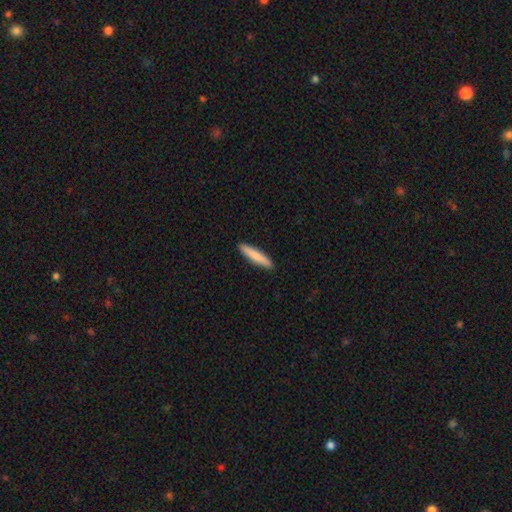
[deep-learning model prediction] Overall: smooth (81%). How rounded: cigar-shaped (90%). Merging: none (92%).